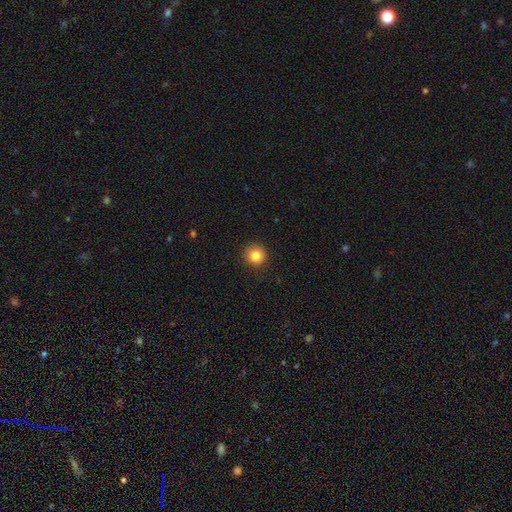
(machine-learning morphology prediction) The model was most divided on "smooth or featured": smooth: 85%, star or artifact: 10%, featured or disk: 5%. More confident: how rounded — round (93%); merging — none (90%).